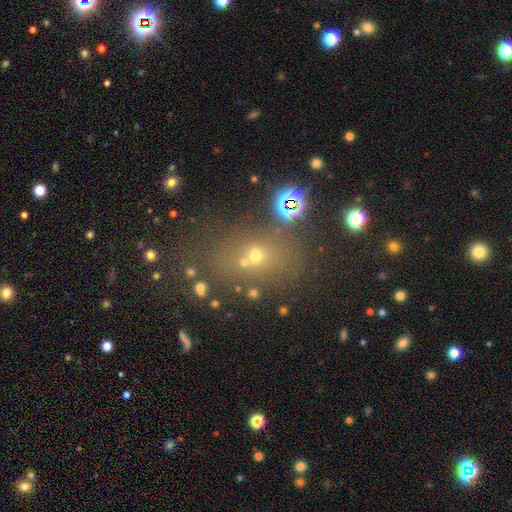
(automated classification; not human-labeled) Smooth or featured?
  - smooth: 47% *
  - star or artifact: 37%
  - featured or disk: 17%
Merging?
  - none: 61% *
  - merger: 21%
  - minor disturbance: 12%
  - major disturbance: 7%